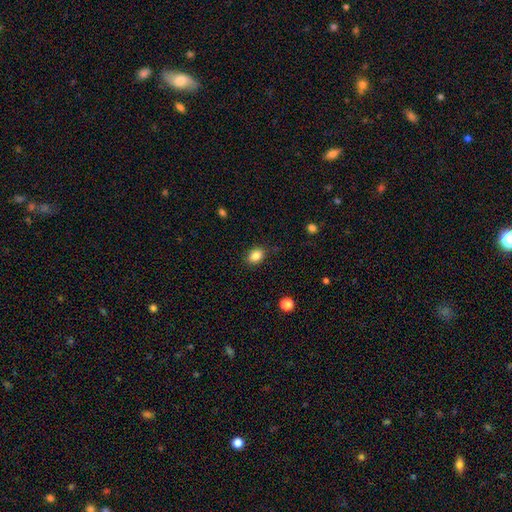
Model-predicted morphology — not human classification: This is clearly a smooth galaxy (86%). How rounded: likely in between (72%). Merging: clearly none (85%).